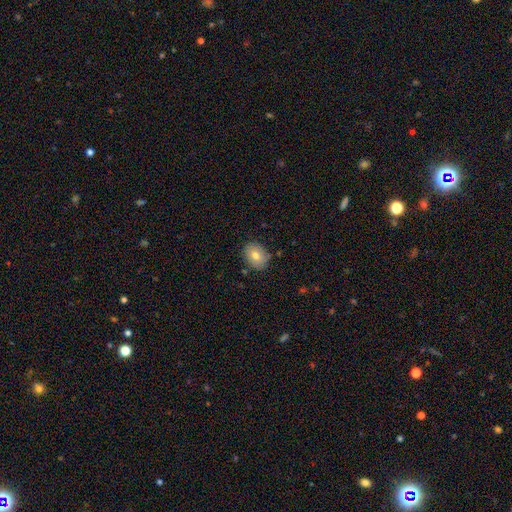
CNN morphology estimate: smooth-or-featured: smooth: 76% | featured or disk: 15% | star or artifact: 8%
  how-rounded: in between: 62% | round: 37% | cigar-shaped: 1%
  merging: none: 84% | minor disturbance: 11% | major disturbance: 2% | merger: 2%